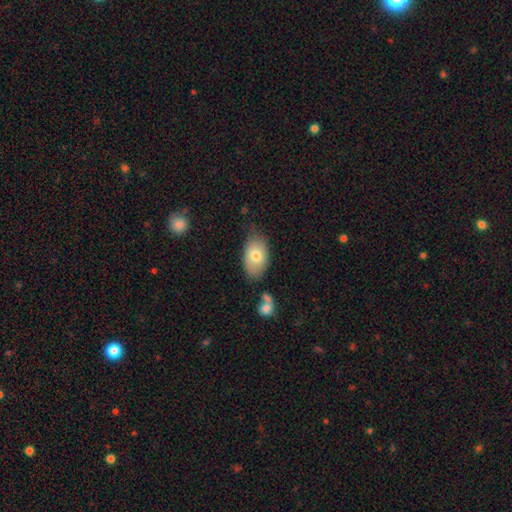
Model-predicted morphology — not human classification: Smooth or featured?
  - smooth: 73% *
  - featured or disk: 20%
  - star or artifact: 7%
How rounded?
  - in between: 91% *
  - round: 7%
  - cigar-shaped: 1%
Merging?
  - none: 64% *
  - minor disturbance: 25%
  - major disturbance: 6%
  - merger: 5%